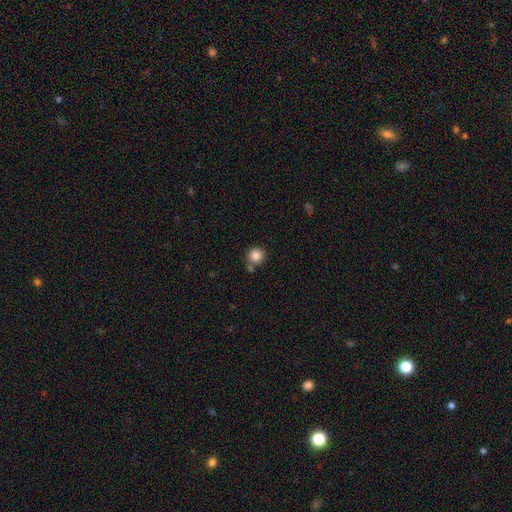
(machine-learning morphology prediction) smooth-or-featured: smooth: 85% | star or artifact: 10% | featured or disk: 5%
  how-rounded: round: 91% | in between: 8% | cigar-shaped: 1%
  merging: none: 72% | merger: 14% | minor disturbance: 11% | major disturbance: 3%